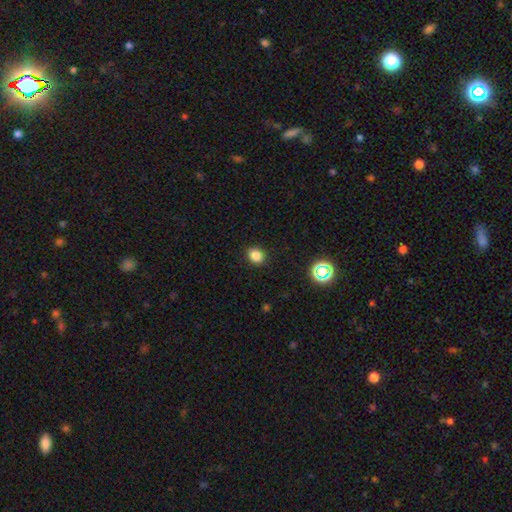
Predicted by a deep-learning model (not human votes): Q: Smooth or featured?
A: smooth (83%); runner-up: star or artifact (13%)
Q: How rounded?
A: round (59%); runner-up: in between (41%)
Q: Merging?
A: none (90%); runner-up: minor disturbance (7%)